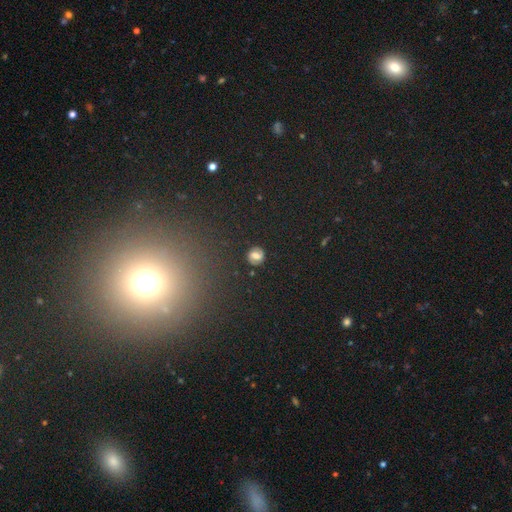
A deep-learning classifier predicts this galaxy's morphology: Smooth or featured: smooth — 60% (featured or disk — 24%)
How rounded: round — 77% (in between — 22%)
Merging: none — 83% (minor disturbance — 11%)